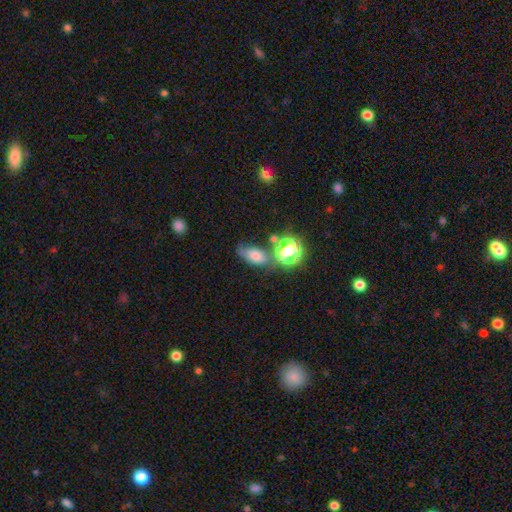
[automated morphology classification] Smooth or featured? smooth (63%)
How rounded? in between (76%)
Merging? none (49%)